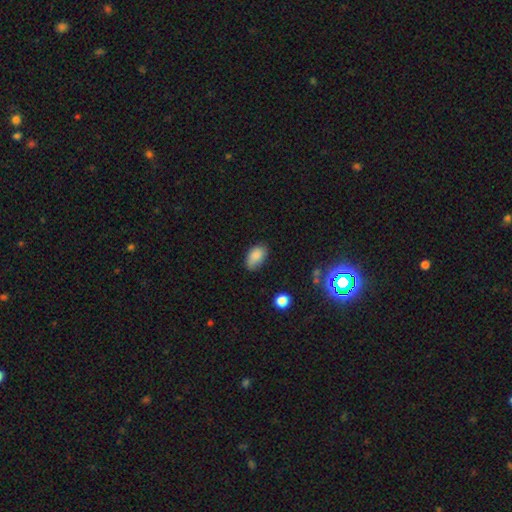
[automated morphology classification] Smooth or featured? Predicted: smooth (p=0.85). How rounded? Predicted: in between (p=0.91). Merging? Predicted: none (p=0.69).